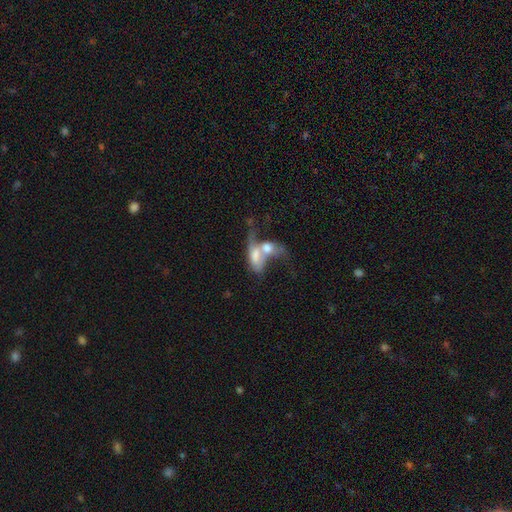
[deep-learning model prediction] smooth 49%, featured or disk 42%, star or artifact 9%. Down the decision tree: merging — merger (76%).